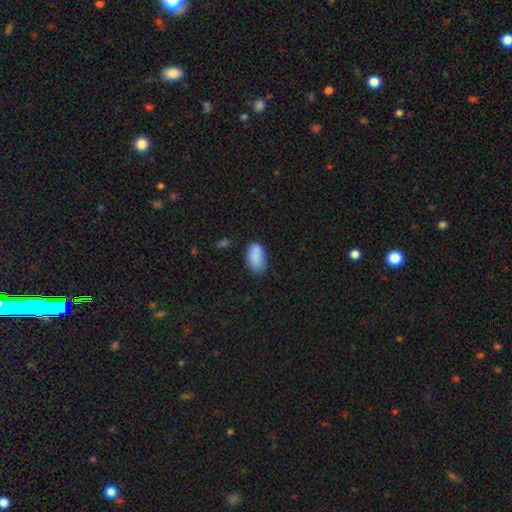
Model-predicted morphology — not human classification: Q: Smooth or featured?
A: smooth (86%); runner-up: star or artifact (8%)
Q: How rounded?
A: in between (93%); runner-up: round (5%)
Q: Merging?
A: none (62%); runner-up: minor disturbance (27%)